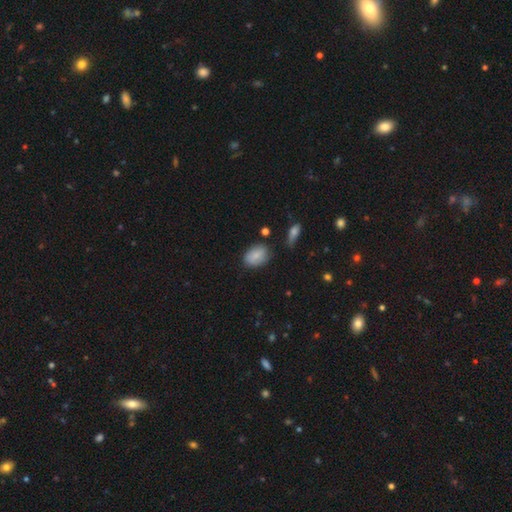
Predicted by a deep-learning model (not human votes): Smooth or featured? smooth (83%)
How rounded? in between (81%)
Merging? none (70%)